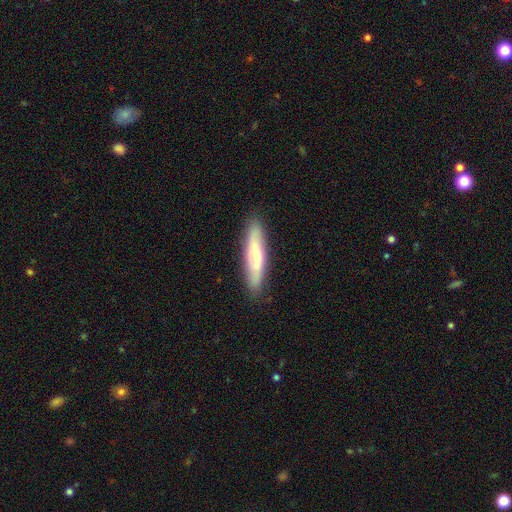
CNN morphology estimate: A smooth galaxy with no disk features (57%) that is cigar-shaped (85%). Merging: none (89%).